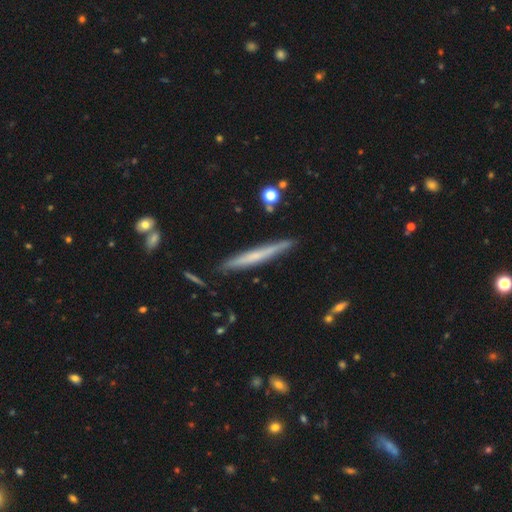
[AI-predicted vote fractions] Smooth or featured? featured or disk (47%, tied with smooth)
Merging? none (87%)